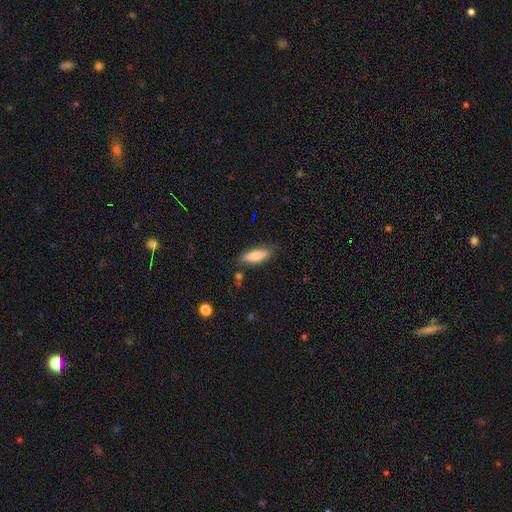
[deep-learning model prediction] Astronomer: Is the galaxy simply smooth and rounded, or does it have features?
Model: smooth — 75%.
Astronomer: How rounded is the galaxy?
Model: in between — 53% (runner-up: cigar-shaped, 45%).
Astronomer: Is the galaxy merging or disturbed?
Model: none — 77%.